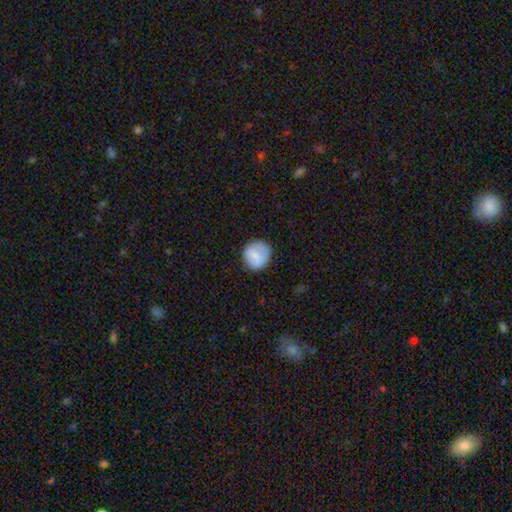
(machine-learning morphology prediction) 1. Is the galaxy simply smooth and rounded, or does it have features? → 75% smooth, 18% featured or disk, 7% star or artifact.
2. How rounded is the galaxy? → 90% round, 9% in between, 1% cigar-shaped.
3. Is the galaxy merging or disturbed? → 81% none, 14% minor disturbance, 4% major disturbance, 1% merger.